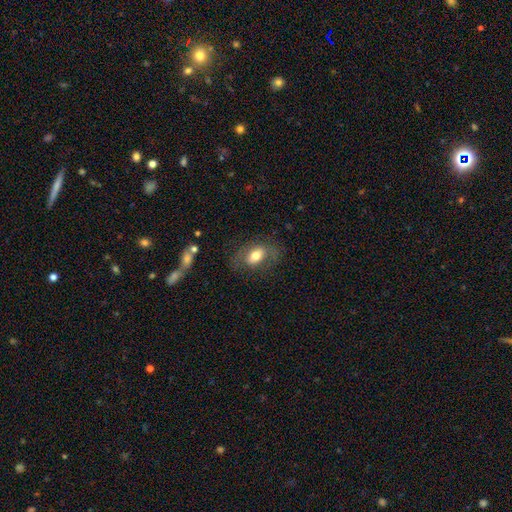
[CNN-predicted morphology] A smooth galaxy with no disk features (61%) that is in between round and cigar-shaped (85%). Merging: none (66%).